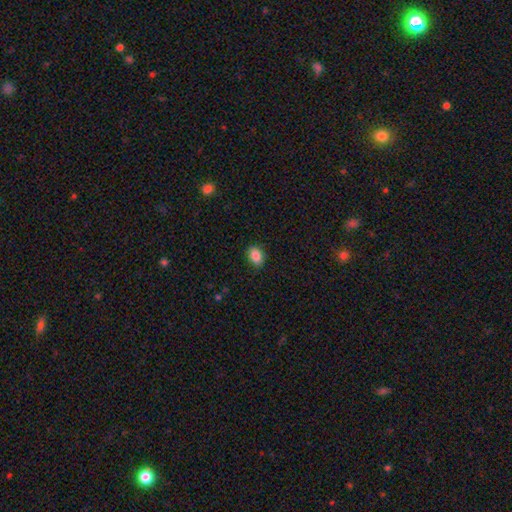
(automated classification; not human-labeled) Morphology: type=smooth (87%); roundness=in between (76%); merging=none (88%).